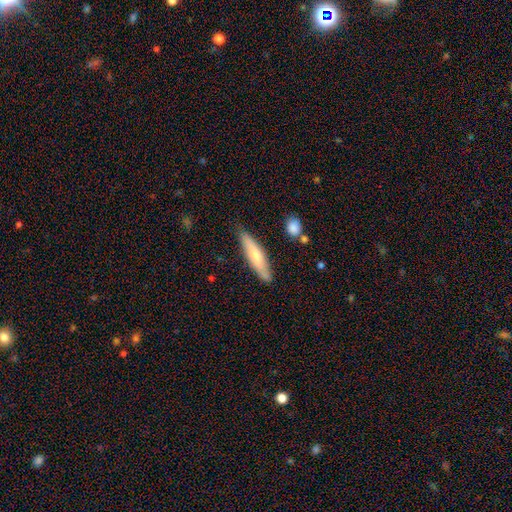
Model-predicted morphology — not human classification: This is likely a smooth galaxy (61%). How rounded: likely cigar-shaped (79%). Merging: likely none (79%).